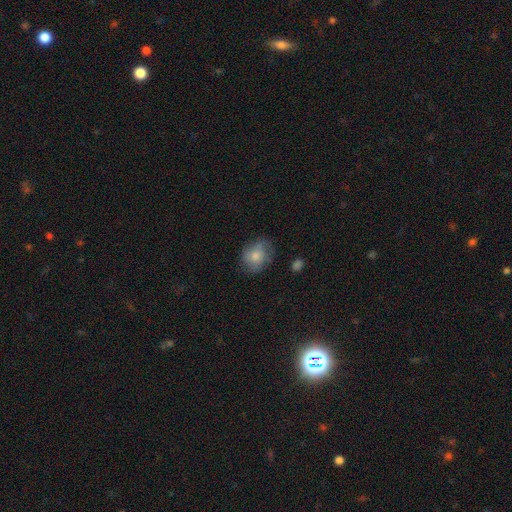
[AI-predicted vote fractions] Morphology: type=smooth (72%); roundness=round (57%); merging=none (60%).